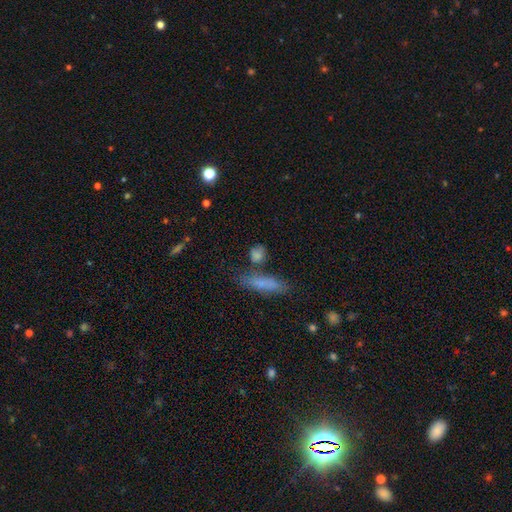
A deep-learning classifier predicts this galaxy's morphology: Overall: smooth (76%). How rounded: round (48%; in between 33%). Merging: none (66%).